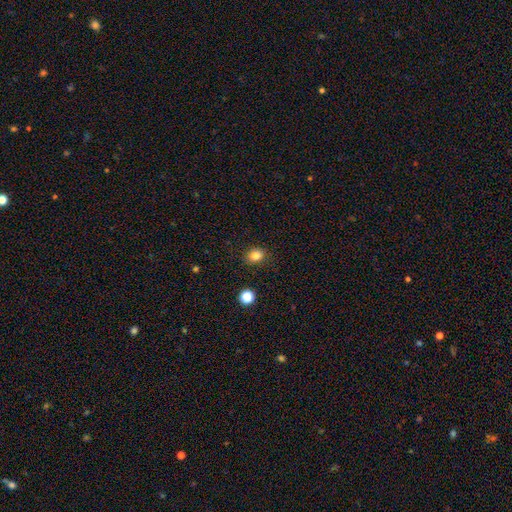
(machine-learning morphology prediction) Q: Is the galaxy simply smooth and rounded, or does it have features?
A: smooth — 83%.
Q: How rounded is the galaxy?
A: in between — 50%.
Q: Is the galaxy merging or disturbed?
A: none — 86%.